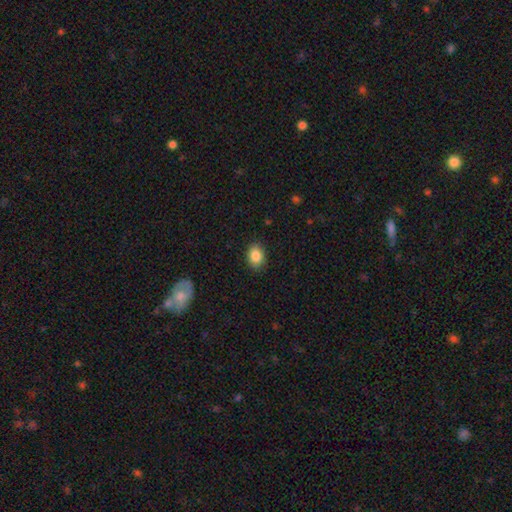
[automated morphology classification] Overall: smooth (85%). How rounded: in between (67%; round 32%). Merging: none (86%).